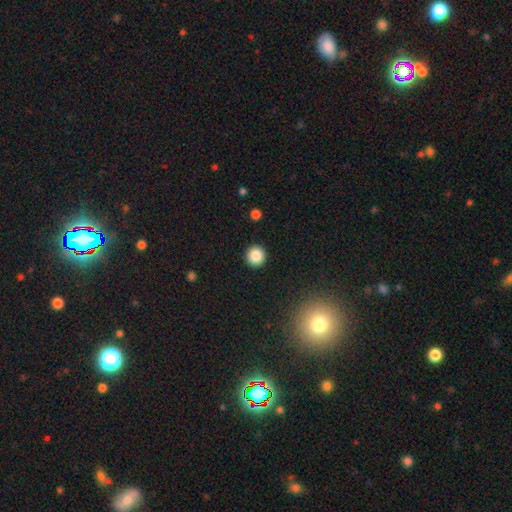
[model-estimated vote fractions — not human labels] Smooth or featured? Predicted: smooth (p=0.86). How rounded? Predicted: round (p=0.95). Merging? Predicted: none (p=0.93).